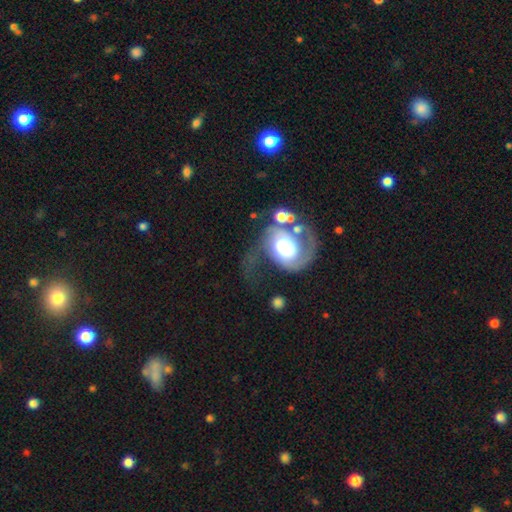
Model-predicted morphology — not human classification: A featured or disk galaxy (77%) with no bar (62%), 2 (73%) medium (47%) spiral arms (89%) and a large central bulge (44%). Merging: none (48%).